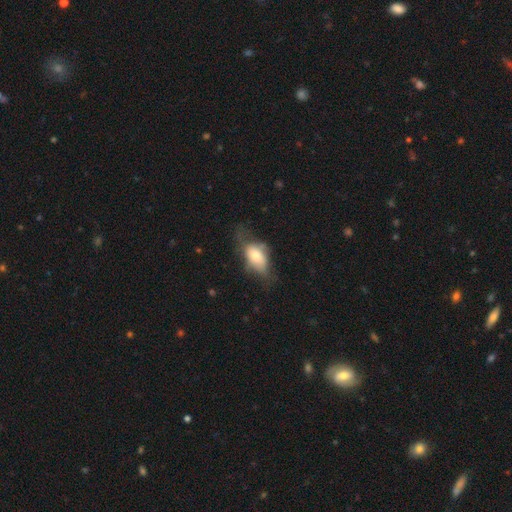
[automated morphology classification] The model was most divided on "merging": none: 34%, major disturbance: 32%, minor disturbance: 31%, merger: 3%. More confident: how rounded — in between (86%); smooth or featured — smooth (62%).